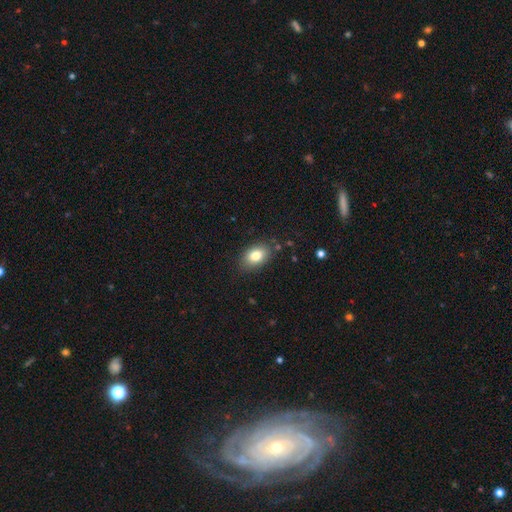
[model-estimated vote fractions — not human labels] Overall: smooth (82%). How rounded: in between (85%). Merging: none (82%).